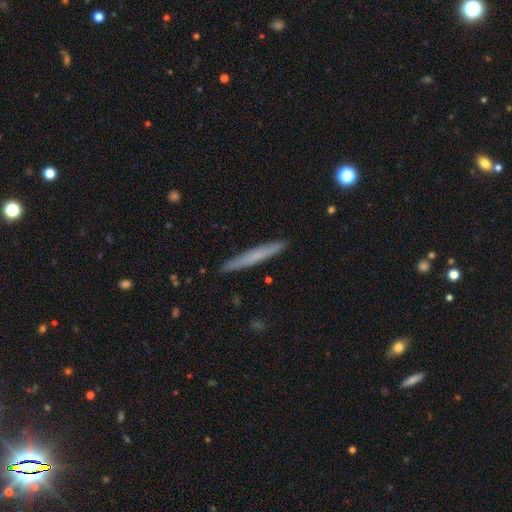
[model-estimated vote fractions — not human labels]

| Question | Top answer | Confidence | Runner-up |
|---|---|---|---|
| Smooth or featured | smooth | 59% | featured or disk (34%) |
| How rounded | cigar-shaped | 96% | in between (2%) |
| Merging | none | 90% | minor disturbance (7%) |